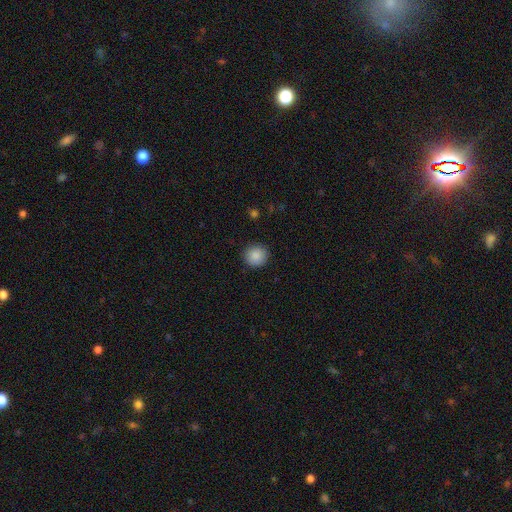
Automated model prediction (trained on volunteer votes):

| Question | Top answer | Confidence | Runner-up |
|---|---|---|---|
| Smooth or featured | smooth | 88% | star or artifact (8%) |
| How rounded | round | 93% | in between (6%) |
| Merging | none | 91% | minor disturbance (6%) |